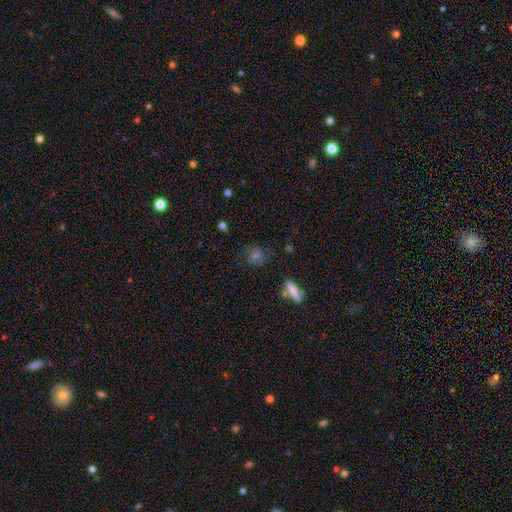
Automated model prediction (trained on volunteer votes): smooth_or_featured: smooth (p=0.46) [alt: featured or disk p=0.32]
merging: none (p=0.74) [alt: minor disturbance p=0.16]